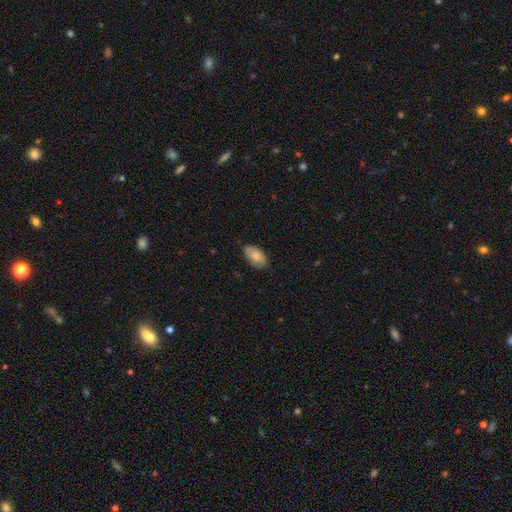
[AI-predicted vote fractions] Smooth or featured?
  - smooth: 81% *
  - featured or disk: 13%
  - star or artifact: 6%
How rounded?
  - in between: 94% *
  - round: 4%
  - cigar-shaped: 2%
Merging?
  - none: 77% *
  - minor disturbance: 19%
  - major disturbance: 3%
  - merger: 1%